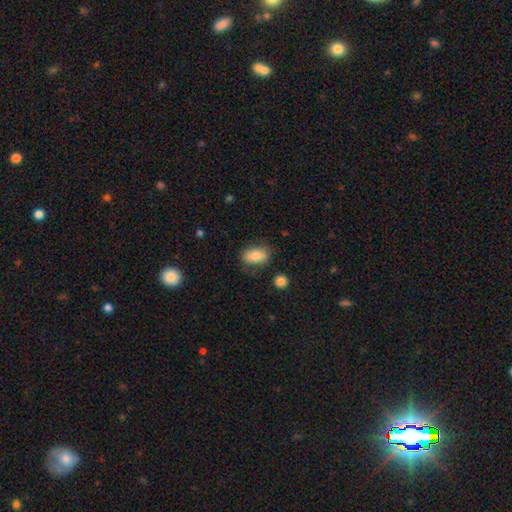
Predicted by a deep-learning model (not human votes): Smooth or featured? Predicted: smooth (p=0.80). How rounded? Predicted: in between (p=0.88). Merging? Predicted: none (p=0.77).